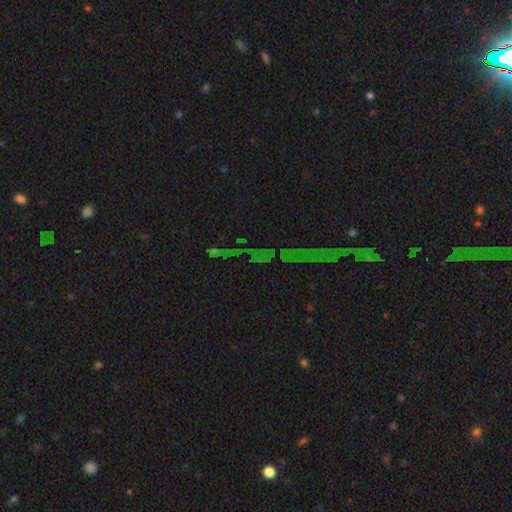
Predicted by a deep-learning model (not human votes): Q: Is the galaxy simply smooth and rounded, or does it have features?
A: star or artifact — 77%.